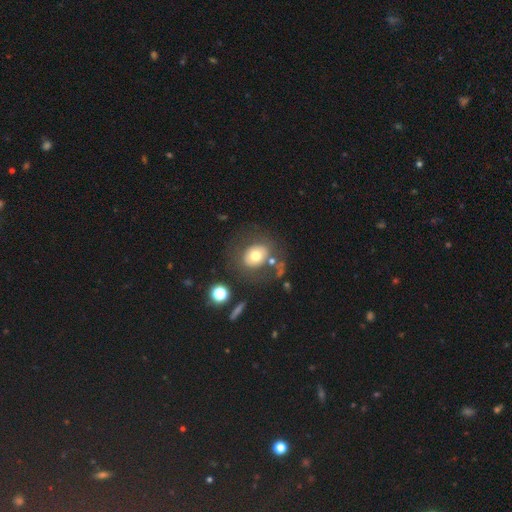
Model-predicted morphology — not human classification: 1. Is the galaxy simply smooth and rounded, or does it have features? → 62% smooth, 27% featured or disk, 10% star or artifact.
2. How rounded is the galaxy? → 60% round, 39% in between, 1% cigar-shaped.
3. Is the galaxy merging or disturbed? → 63% none, 15% minor disturbance, 14% major disturbance, 7% merger.